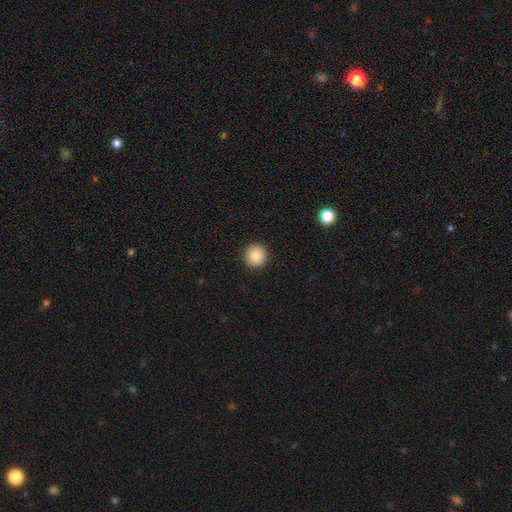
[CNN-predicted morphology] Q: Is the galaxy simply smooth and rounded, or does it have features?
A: smooth — 88%.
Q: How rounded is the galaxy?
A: round — 95%.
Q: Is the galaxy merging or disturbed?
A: none — 93%.